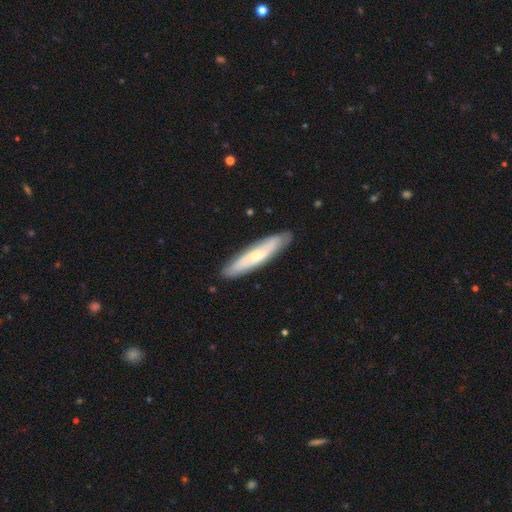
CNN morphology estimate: smooth_or_featured: featured or disk (p=0.49) [alt: smooth p=0.46]
merging: none (p=0.87) [alt: minor disturbance p=0.10]